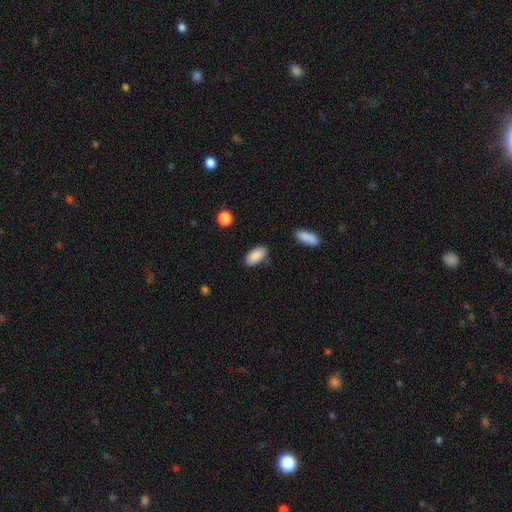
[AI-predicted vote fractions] Q: Smooth or featured?
A: smooth (89%); runner-up: star or artifact (7%)
Q: How rounded?
A: in between (92%); runner-up: cigar-shaped (6%)
Q: Merging?
A: none (81%); runner-up: minor disturbance (14%)